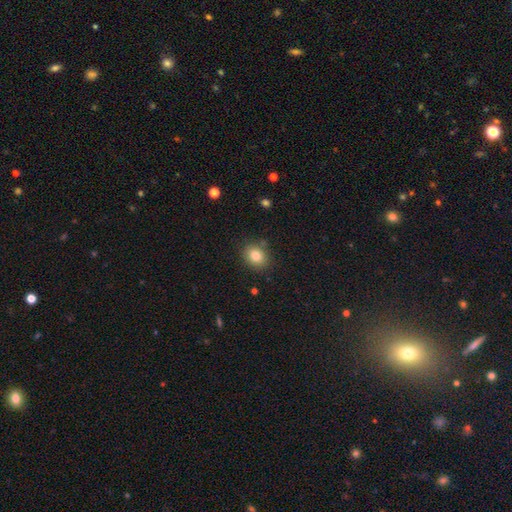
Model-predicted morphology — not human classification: This appears to be a smooth galaxy with no disk features (81%) that is round (58%). Merging: none (84%).